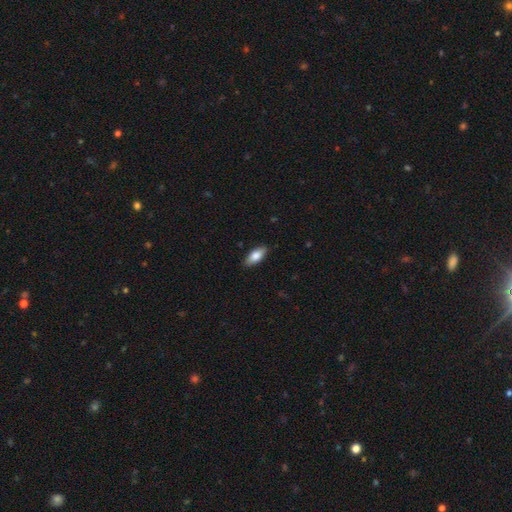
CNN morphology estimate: Q: Smooth or featured?
A: smooth (79%); runner-up: featured or disk (15%)
Q: How rounded?
A: in between (83%); runner-up: cigar-shaped (15%)
Q: Merging?
A: none (87%); runner-up: minor disturbance (10%)